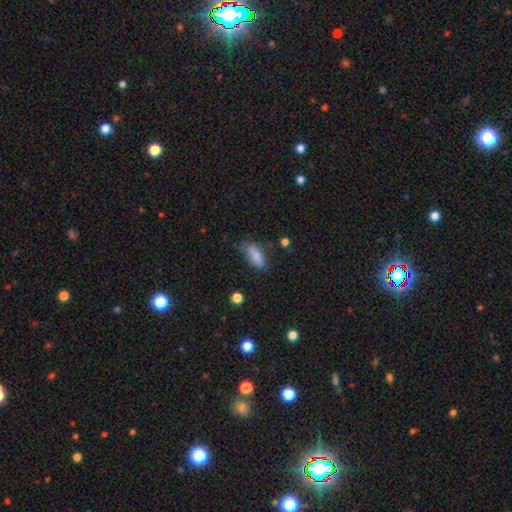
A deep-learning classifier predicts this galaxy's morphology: Smooth or featured? Predicted: smooth (p=0.77). How rounded? Predicted: in between (p=0.66). Merging? Predicted: none (p=0.47).